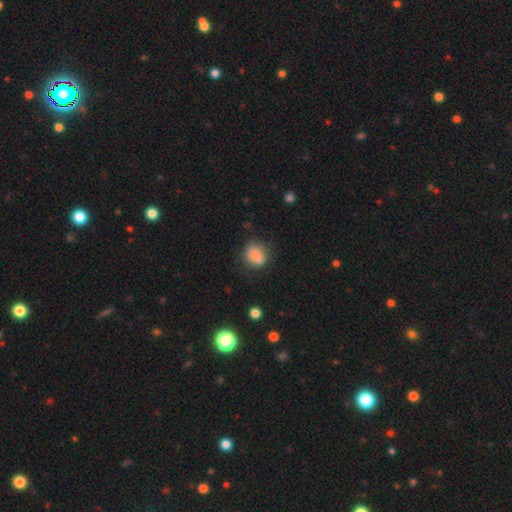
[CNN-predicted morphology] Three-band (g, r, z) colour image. It shows a smooth galaxy with no disk features (82%) that is in between round and cigar-shaped (55%). Merging: none (69%).